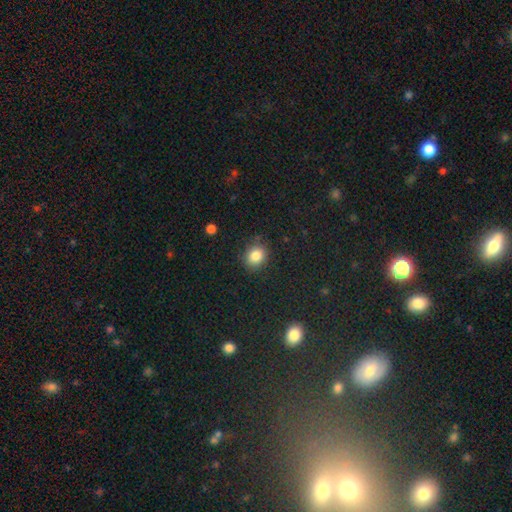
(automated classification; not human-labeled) Smooth or featured?
  - smooth: 84% *
  - star or artifact: 11%
  - featured or disk: 6%
How rounded?
  - round: 66% *
  - in between: 33%
  - cigar-shaped: 1%
Merging?
  - none: 83% *
  - minor disturbance: 12%
  - major disturbance: 3%
  - merger: 2%